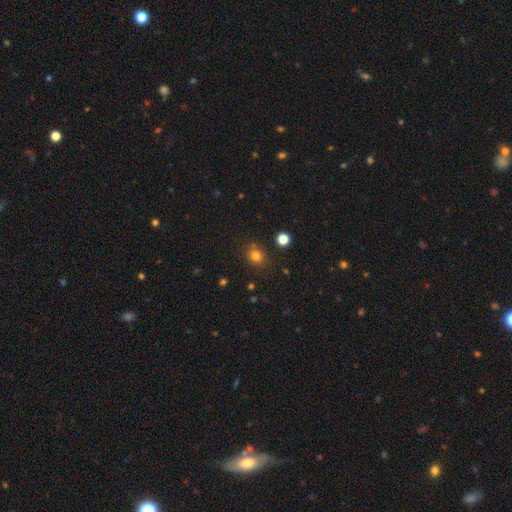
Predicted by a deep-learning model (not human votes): Morphology: type=smooth (79%); roundness=round (68%); merging=none (81%).